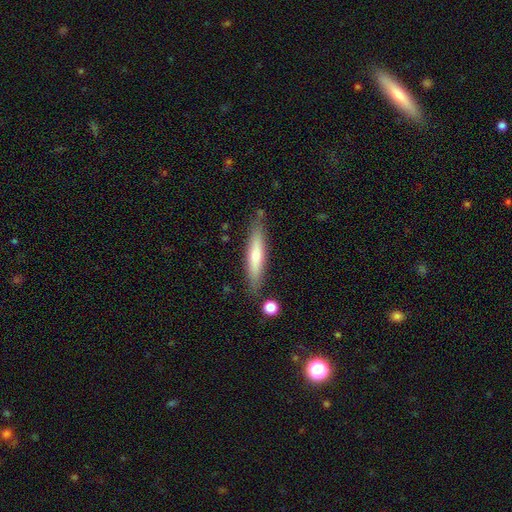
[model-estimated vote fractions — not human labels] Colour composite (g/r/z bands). It shows a smooth galaxy with no disk features (59%) that is cigar-shaped (89%). Merging: none (81%).